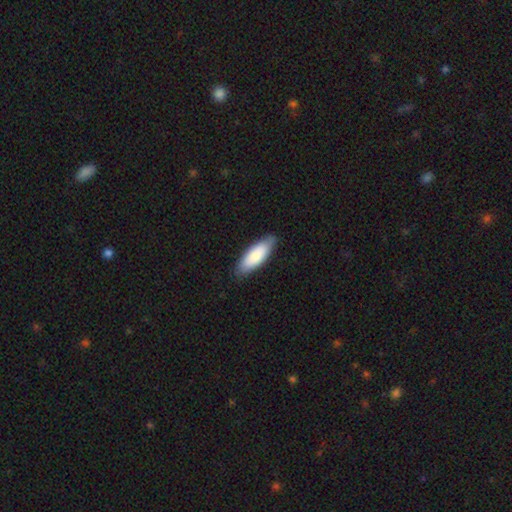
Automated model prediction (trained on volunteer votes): Smooth or featured: smooth — 82% (featured or disk — 13%)
How rounded: in between — 69% (cigar-shaped — 30%)
Merging: none — 82% (minor disturbance — 14%)